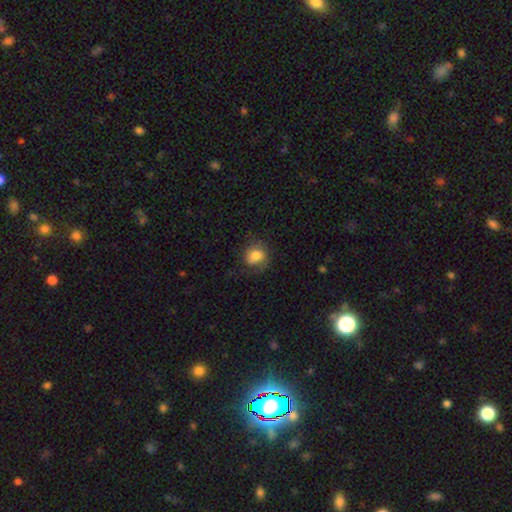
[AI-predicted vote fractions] This appears to be a smooth galaxy with no disk features (77%) that is round (67%). Merging: none (66%).